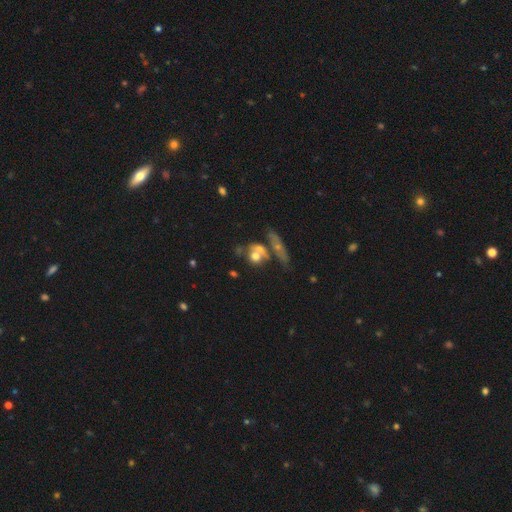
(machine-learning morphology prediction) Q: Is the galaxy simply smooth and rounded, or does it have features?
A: smooth — 57%.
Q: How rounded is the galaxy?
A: round — 66%.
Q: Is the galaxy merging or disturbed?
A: merger — 43%.